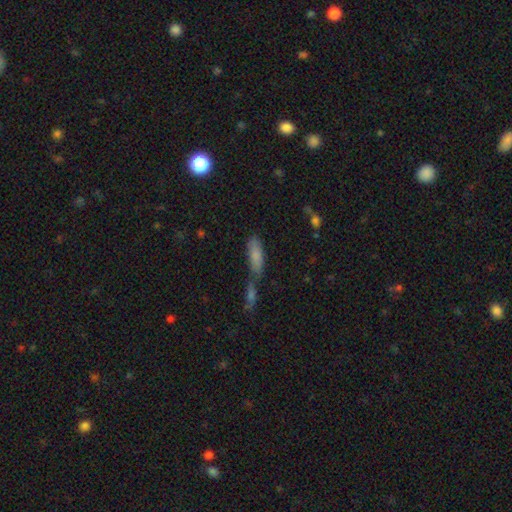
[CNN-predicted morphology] Smooth or featured? Predicted: smooth (p=0.78). How rounded? Predicted: in between (p=0.60). Merging? Predicted: merger (p=0.46).